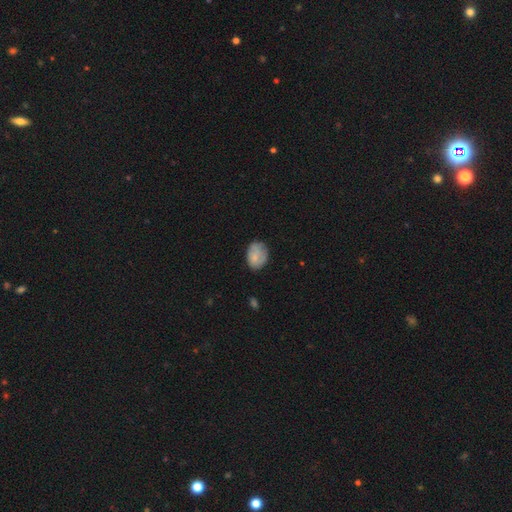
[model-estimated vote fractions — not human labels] Overall: smooth (76%). How rounded: in between (69%; round 30%). Merging: none (62%; minor disturbance 29%).